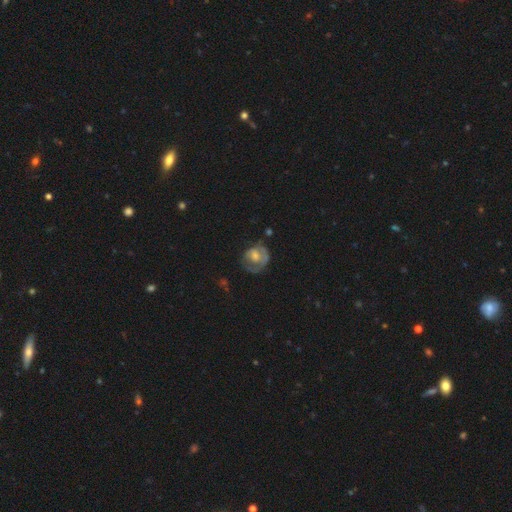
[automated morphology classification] Q: Smooth or featured?
A: featured or disk (52%); runner-up: smooth (41%)
Q: Edge-on disk?
A: no (97%); runner-up: yes (3%)
Q: Merging?
A: none (48%); runner-up: minor disturbance (26%)